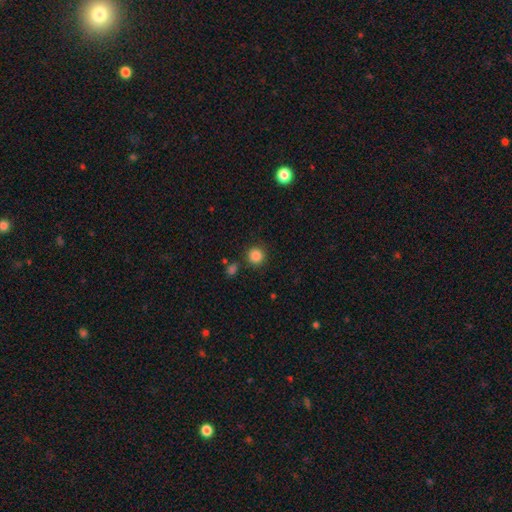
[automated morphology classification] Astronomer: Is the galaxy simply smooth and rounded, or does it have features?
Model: smooth — 85%.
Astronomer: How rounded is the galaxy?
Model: round — 94%.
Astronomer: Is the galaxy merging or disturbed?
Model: none — 86%.